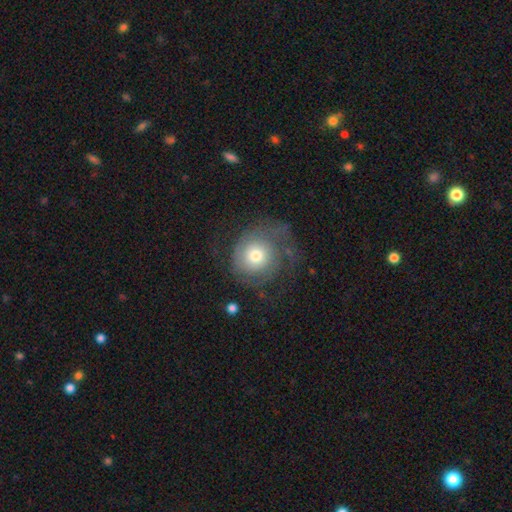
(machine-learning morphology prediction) The model was most divided on "smooth or featured": featured or disk: 46%, smooth: 45%, star or artifact: 9%. More confident: merging — none (51%).